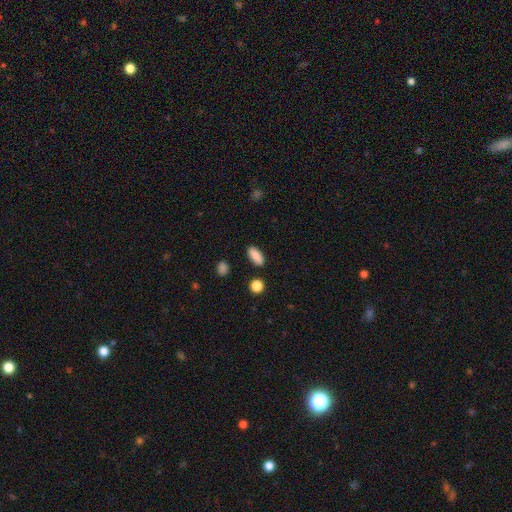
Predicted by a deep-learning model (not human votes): A smooth galaxy with no disk features (88%) that is in between round and cigar-shaped (83%). Merging: none (88%).